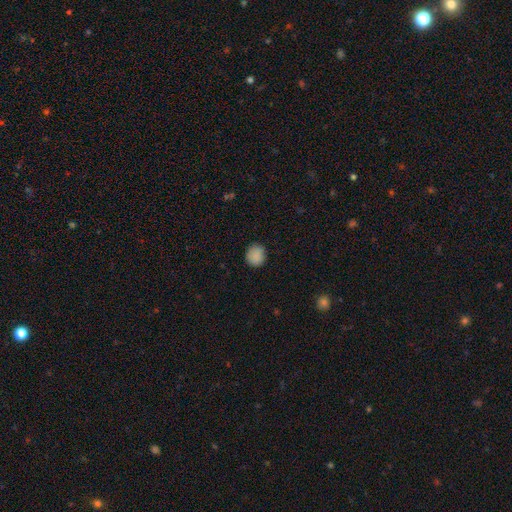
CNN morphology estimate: Overall: smooth (88%). How rounded: round (83%). Merging: none (86%).